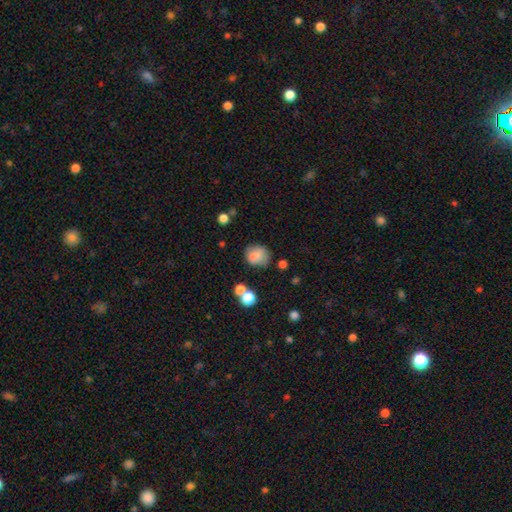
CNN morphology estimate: A smooth galaxy with no disk features (76%) that is round (72%). Merging: none (60%).